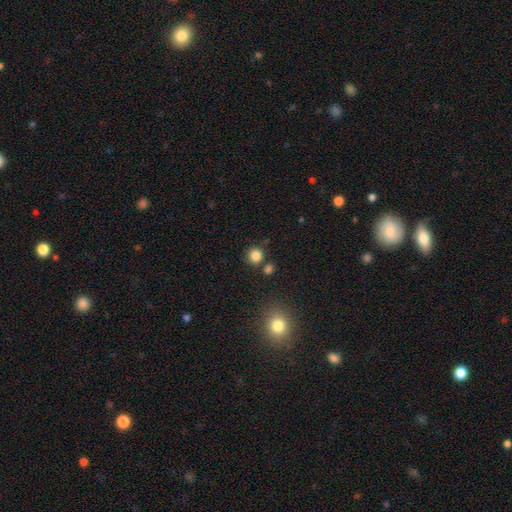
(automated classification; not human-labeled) Smooth or featured? Predicted: smooth (p=0.83). How rounded? Predicted: round (p=0.90). Merging? Predicted: none (p=0.79).